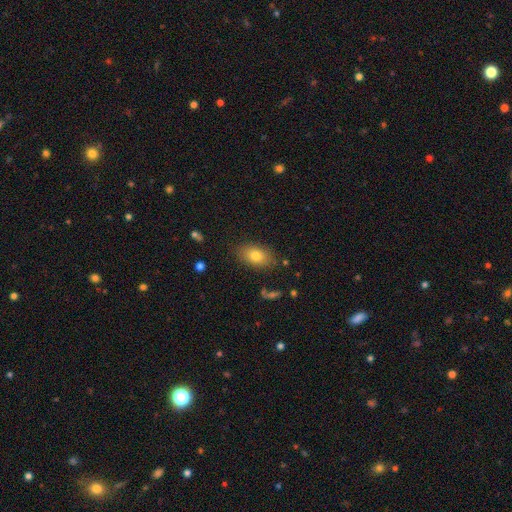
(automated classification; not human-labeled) This appears to be a smooth galaxy with no disk features (79%) that is in between round and cigar-shaped (86%). Merging: none (81%).